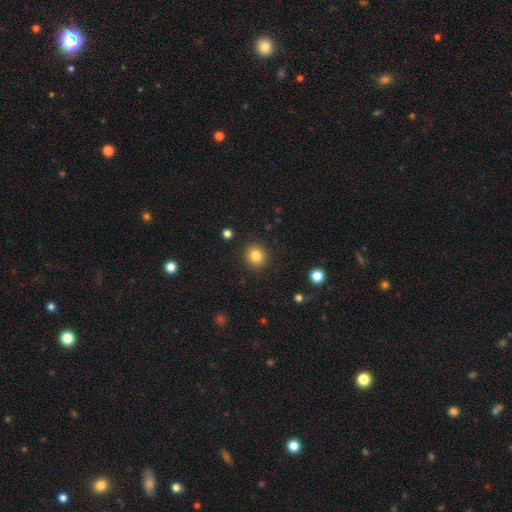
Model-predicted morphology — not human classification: This is clearly a smooth galaxy (84%). How rounded: clearly round (86%). Merging: clearly none (90%).